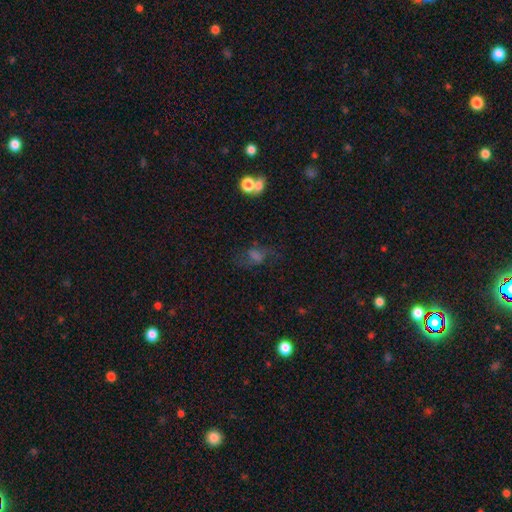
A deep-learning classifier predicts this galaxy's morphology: smooth-or-featured: featured or disk: 37% | smooth: 36% | star or artifact: 27%
  merging: none: 57% | minor disturbance: 20% | major disturbance: 19% | merger: 4%